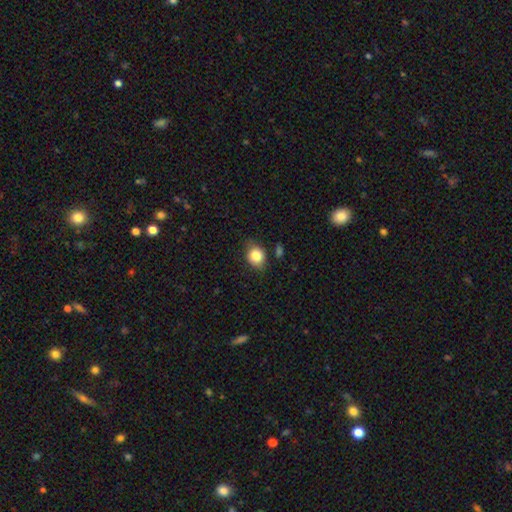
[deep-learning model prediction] Q: Smooth or featured?
A: smooth (82%); runner-up: star or artifact (10%)
Q: How rounded?
A: round (54%); runner-up: in between (45%)
Q: Merging?
A: none (76%); runner-up: minor disturbance (17%)